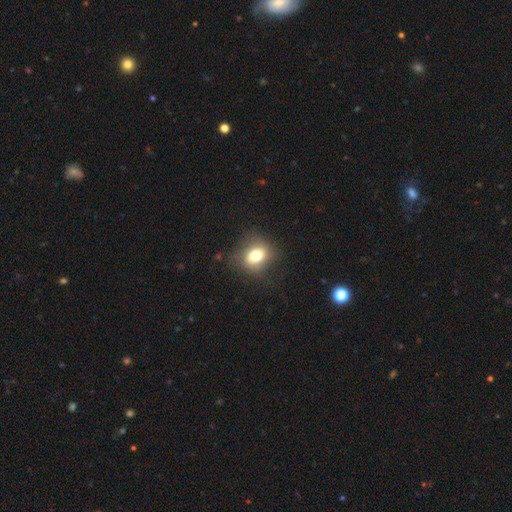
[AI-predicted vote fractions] Smooth or featured? Predicted: smooth (p=0.72). How rounded? Predicted: round (p=0.51). Merging? Predicted: none (p=0.69).